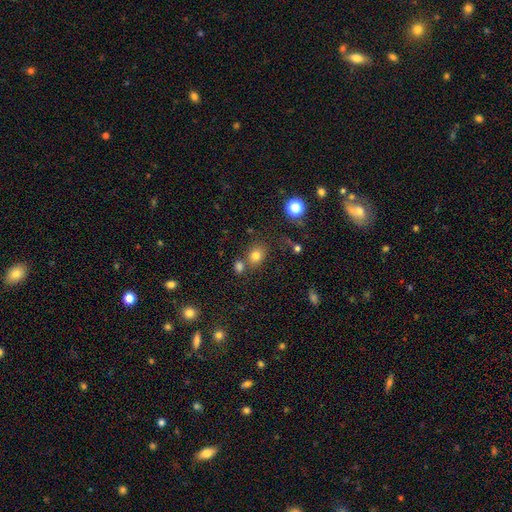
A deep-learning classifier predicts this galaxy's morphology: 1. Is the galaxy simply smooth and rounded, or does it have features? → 78% smooth, 15% star or artifact, 7% featured or disk.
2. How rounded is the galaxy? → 60% round, 39% in between, 1% cigar-shaped.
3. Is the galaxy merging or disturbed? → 65% none, 19% merger, 12% minor disturbance, 4% major disturbance.